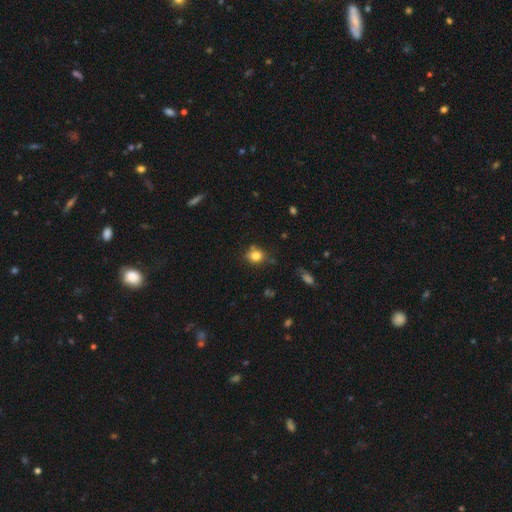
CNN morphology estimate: Overall: smooth (79%). How rounded: round (62%; in between 36%). Merging: none (69%).